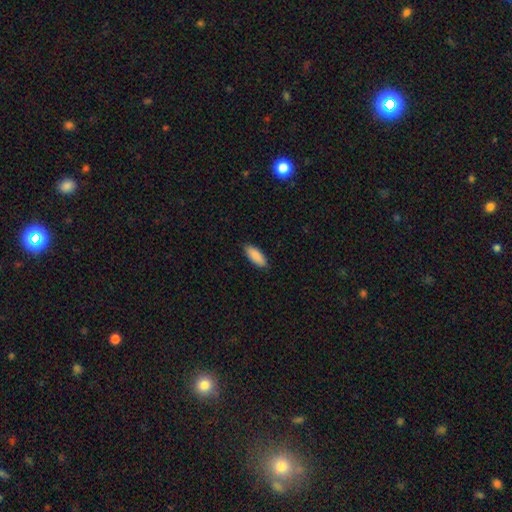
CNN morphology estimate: smooth-or-featured: smooth: 90% | star or artifact: 6% | featured or disk: 4%
  how-rounded: in between: 77% | cigar-shaped: 22% | round: 2%
  merging: none: 88% | minor disturbance: 9% | major disturbance: 2% | merger: 1%